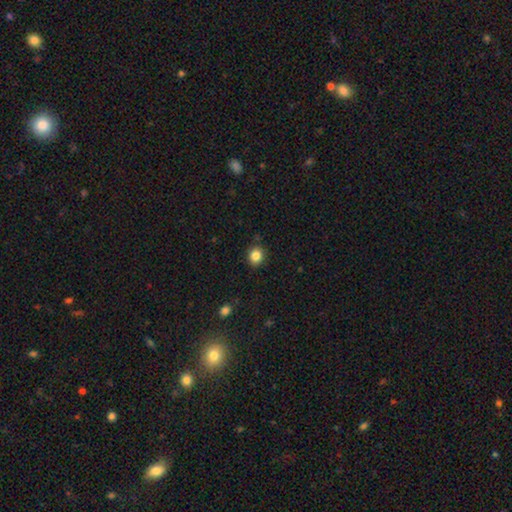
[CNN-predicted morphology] Smooth or featured?
  - smooth: 85% *
  - star or artifact: 10%
  - featured or disk: 5%
How rounded?
  - round: 73% *
  - in between: 26%
  - cigar-shaped: 1%
Merging?
  - none: 88% *
  - minor disturbance: 8%
  - major disturbance: 2%
  - merger: 2%